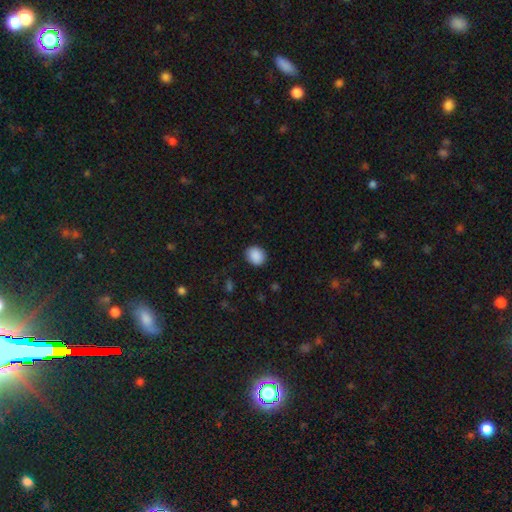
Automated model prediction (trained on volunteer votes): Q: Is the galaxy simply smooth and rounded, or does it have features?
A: smooth — 90%.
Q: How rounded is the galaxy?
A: round — 64%.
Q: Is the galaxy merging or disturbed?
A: none — 89%.